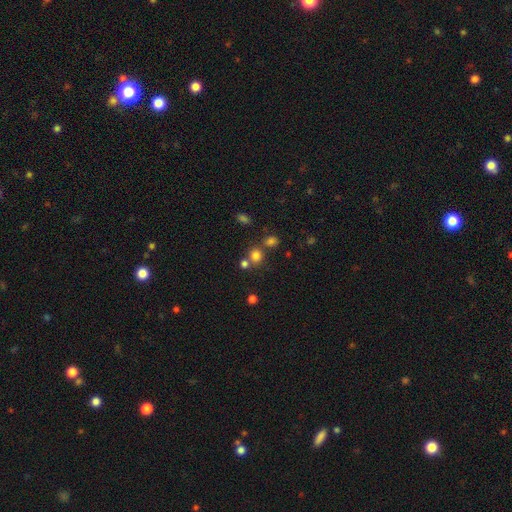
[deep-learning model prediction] This appears to be a smooth galaxy with no disk features (75%) that is round (83%). Merging: none (64%).